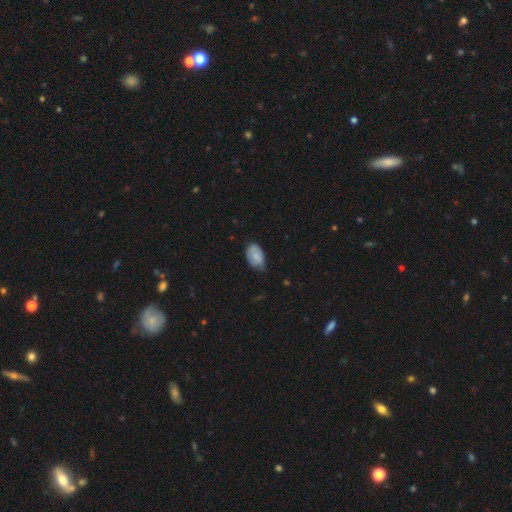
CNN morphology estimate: Overall: smooth (78%). How rounded: in between (92%). Merging: none (56%; minor disturbance 37%).